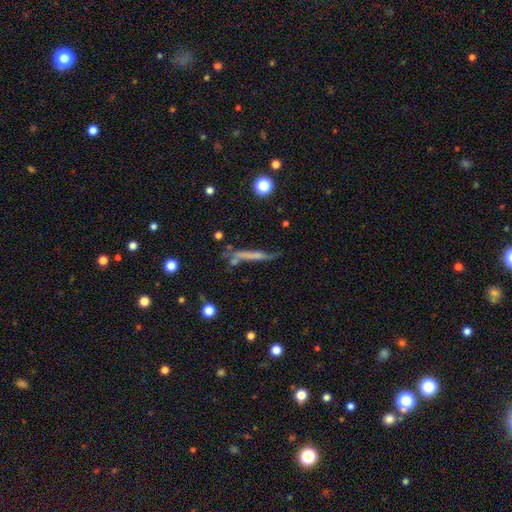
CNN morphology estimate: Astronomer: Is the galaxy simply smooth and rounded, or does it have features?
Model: featured or disk — 45% (runner-up: smooth, 43%).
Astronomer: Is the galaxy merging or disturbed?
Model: none — 60%.